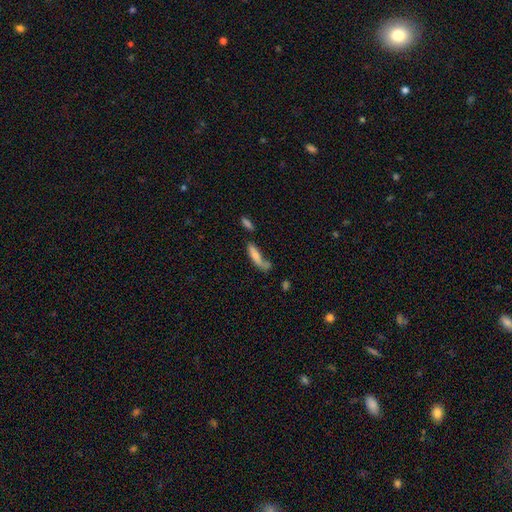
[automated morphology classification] This is likely a smooth galaxy (74%). How rounded: possibly cigar-shaped (59%). Merging: marginally none (38%).